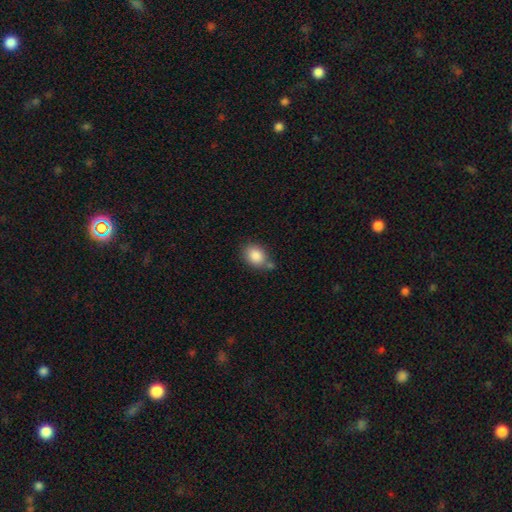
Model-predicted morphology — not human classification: Smooth or featured? Predicted: smooth (p=0.86). How rounded? Predicted: in between (p=0.61). Merging? Predicted: none (p=0.64).